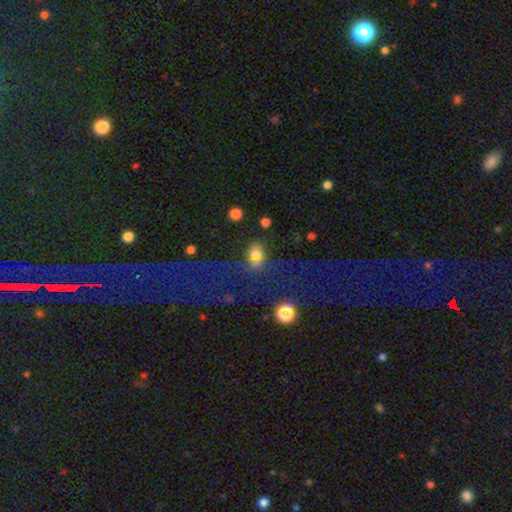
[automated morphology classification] Smooth or featured? Predicted: smooth (p=0.60). How rounded? Predicted: in between (p=0.51). Merging? Predicted: none (p=0.57).